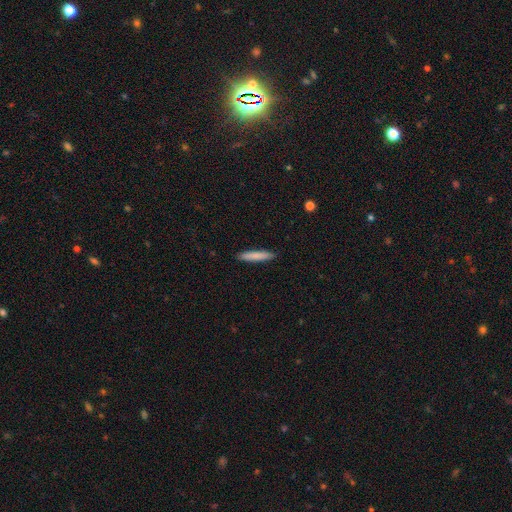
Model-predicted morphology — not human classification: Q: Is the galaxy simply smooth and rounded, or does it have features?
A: smooth — 82%.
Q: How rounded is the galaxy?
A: cigar-shaped — 92%.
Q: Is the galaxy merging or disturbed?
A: none — 91%.